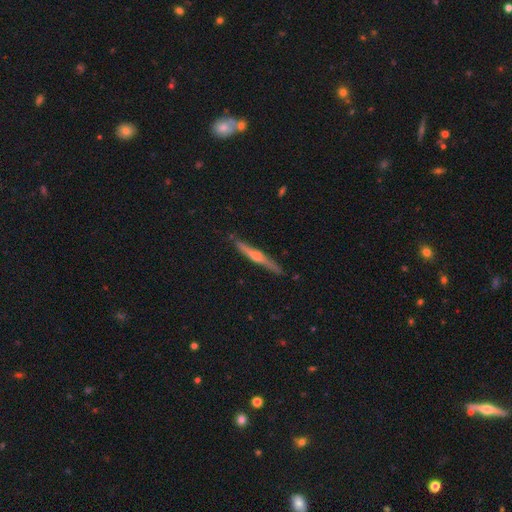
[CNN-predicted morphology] Smooth or featured?
  - featured or disk: 68% *
  - smooth: 26%
  - star or artifact: 6%
Edge-on disk?
  - yes: 98% *
  - no: 2%
Edge-on bulge?
  - rounded: 78% *
  - none: 14%
  - boxy: 8%
Merging?
  - none: 87% *
  - minor disturbance: 10%
  - major disturbance: 2%
  - merger: 1%